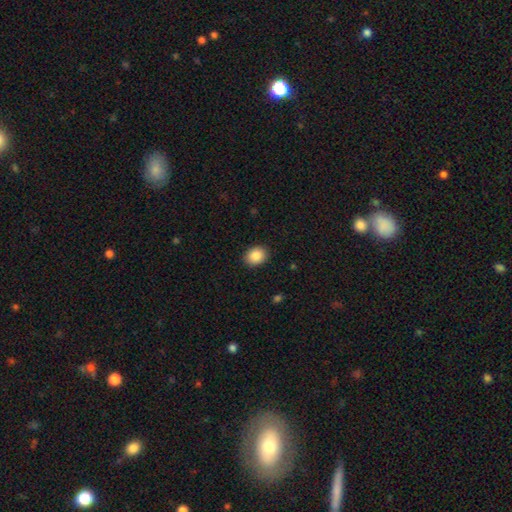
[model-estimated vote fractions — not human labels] Morphology: type=smooth (88%); roundness=in between (54%); merging=none (90%).